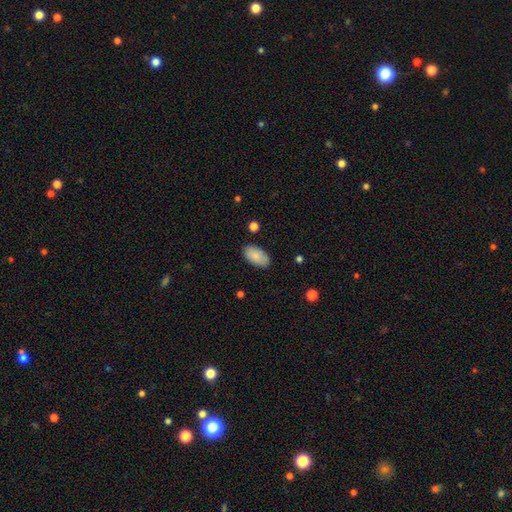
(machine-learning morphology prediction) smooth-or-featured: smooth: 87% | featured or disk: 7% | star or artifact: 6%
  how-rounded: in between: 95% | round: 3% | cigar-shaped: 2%
  merging: none: 86% | minor disturbance: 11% | major disturbance: 2% | merger: 1%